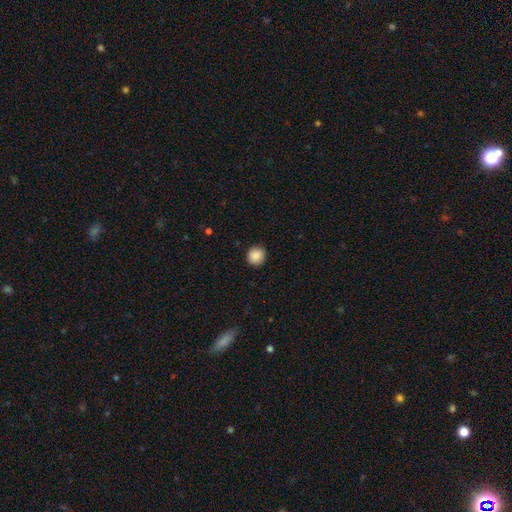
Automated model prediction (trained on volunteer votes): Smooth or featured?
  - smooth: 88% *
  - star or artifact: 8%
  - featured or disk: 3%
How rounded?
  - round: 92% *
  - in between: 7%
  - cigar-shaped: 1%
Merging?
  - none: 91% *
  - minor disturbance: 7%
  - major disturbance: 2%
  - merger: 1%